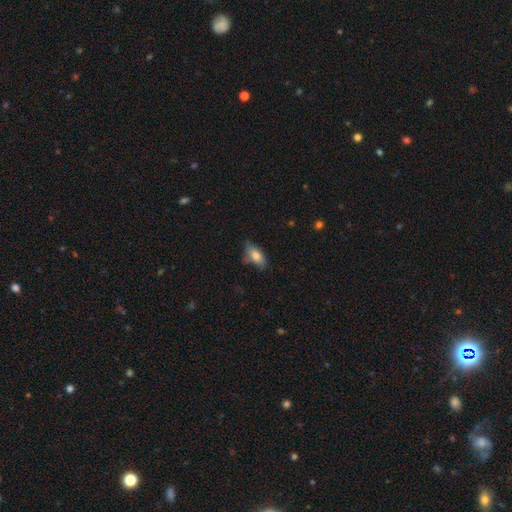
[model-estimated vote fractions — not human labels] This appears to be a smooth galaxy with no disk features (77%) that is in between round and cigar-shaped (86%). Merging: none (60%).